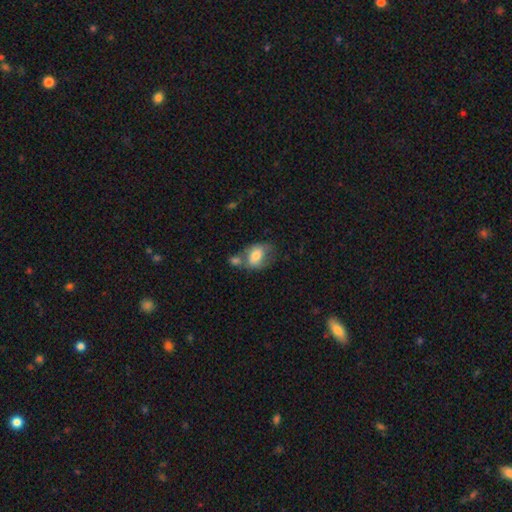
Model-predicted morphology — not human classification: Q: Smooth or featured?
A: smooth (63%); runner-up: featured or disk (29%)
Q: How rounded?
A: in between (73%); runner-up: round (26%)
Q: Merging?
A: merger (37%); runner-up: none (30%)